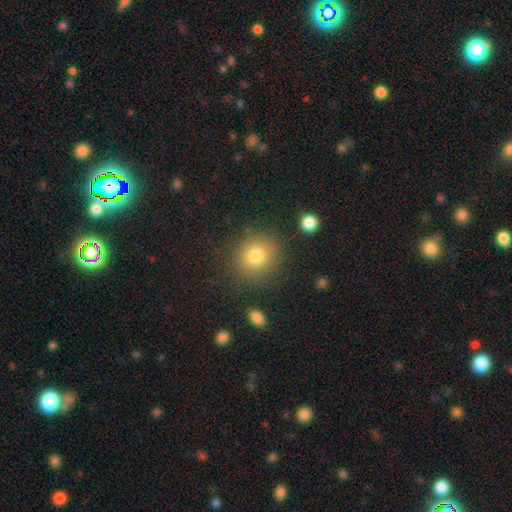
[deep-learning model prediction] Q: Smooth or featured?
A: smooth (80%); runner-up: star or artifact (12%)
Q: How rounded?
A: round (86%); runner-up: in between (13%)
Q: Merging?
A: none (85%); runner-up: minor disturbance (9%)